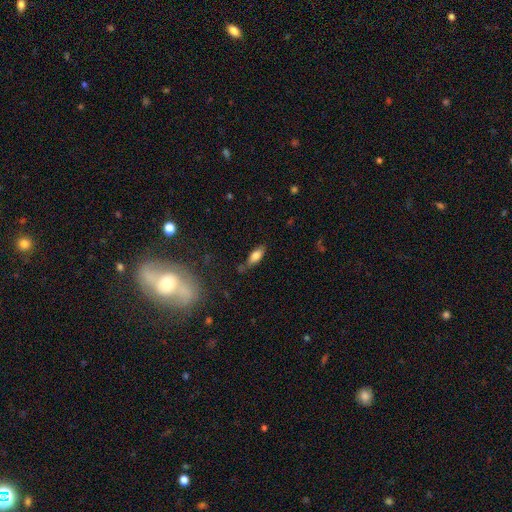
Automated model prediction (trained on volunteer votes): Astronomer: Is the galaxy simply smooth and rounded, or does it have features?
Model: smooth — 74%.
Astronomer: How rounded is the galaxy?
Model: in between — 73%.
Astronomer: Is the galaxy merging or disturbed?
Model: none — 71%.